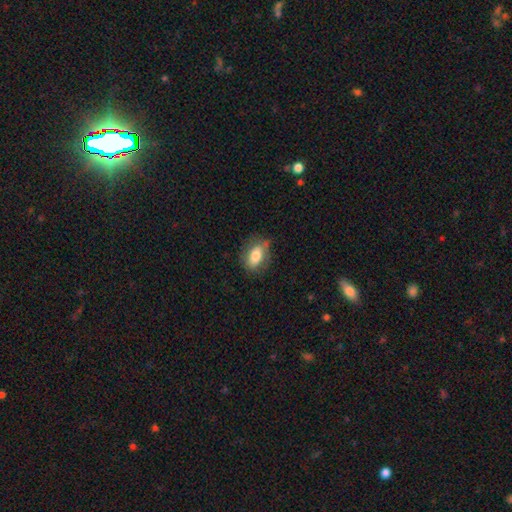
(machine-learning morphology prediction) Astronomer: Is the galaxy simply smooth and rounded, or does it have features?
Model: smooth — 73%.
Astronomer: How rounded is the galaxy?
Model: in between — 84%.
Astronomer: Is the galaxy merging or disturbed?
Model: none — 69%.